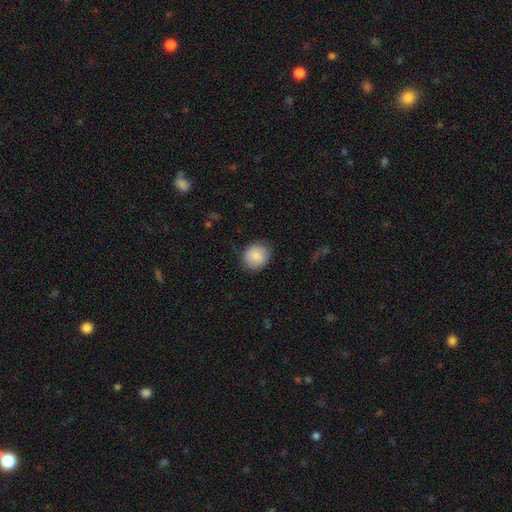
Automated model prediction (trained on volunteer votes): Smooth or featured? Predicted: smooth (p=0.84). How rounded? Predicted: round (p=0.78). Merging? Predicted: none (p=0.82).